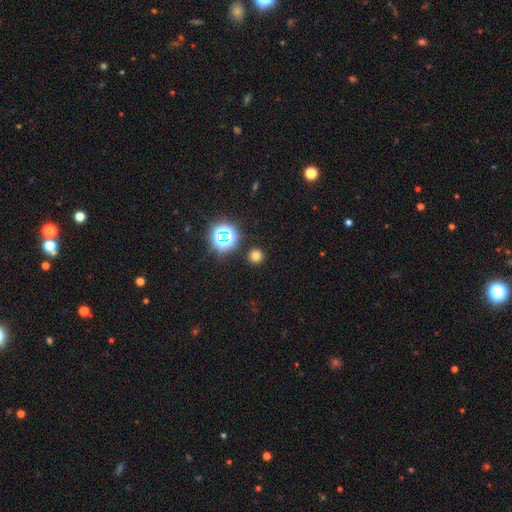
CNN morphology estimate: type=smooth (69%); roundness=round (93%); merging=none (90%).